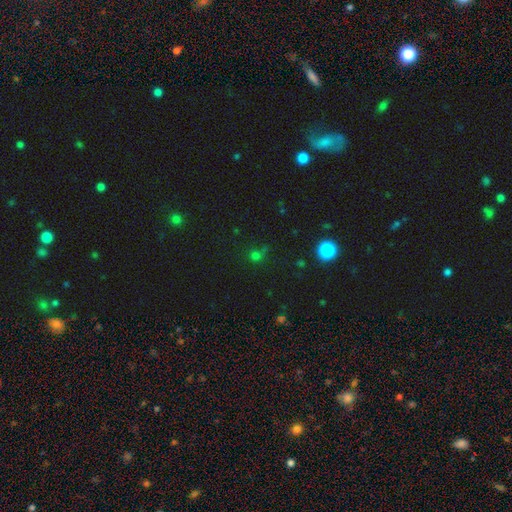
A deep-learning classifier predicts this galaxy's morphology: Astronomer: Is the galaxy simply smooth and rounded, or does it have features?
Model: smooth — 57% (runner-up: star or artifact, 36%).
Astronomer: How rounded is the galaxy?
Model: round — 86%.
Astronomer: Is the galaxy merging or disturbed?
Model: none — 61%.